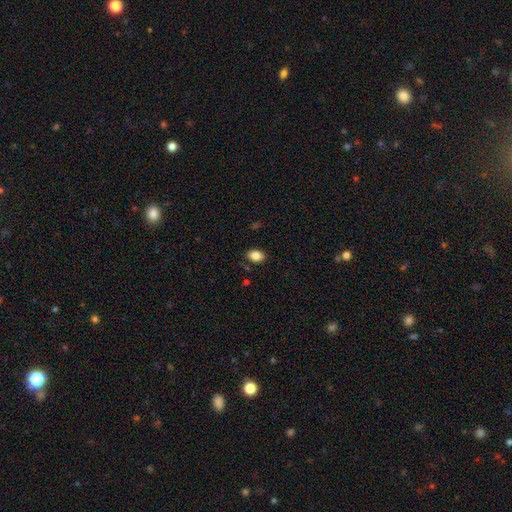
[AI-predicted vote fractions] Smooth or featured? Predicted: smooth (p=0.86). How rounded? Predicted: in between (p=0.83). Merging? Predicted: none (p=0.86).